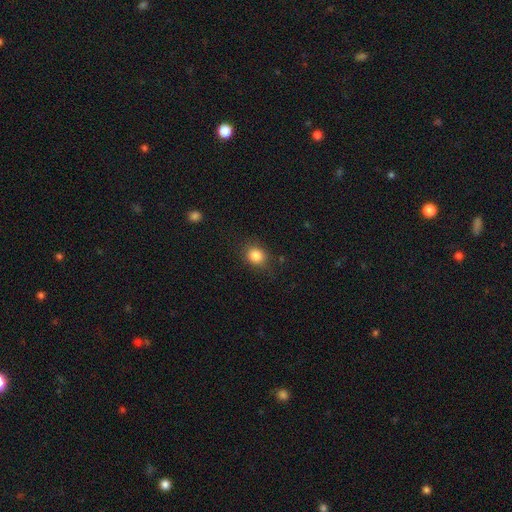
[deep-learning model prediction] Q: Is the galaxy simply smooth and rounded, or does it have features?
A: smooth — 84%.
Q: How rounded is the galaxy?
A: round — 67%.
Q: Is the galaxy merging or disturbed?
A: none — 79%.